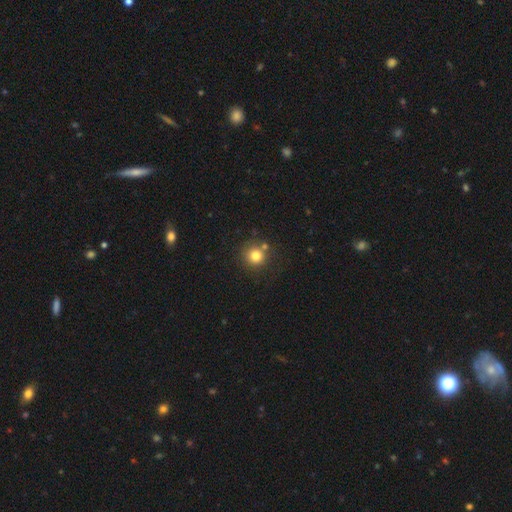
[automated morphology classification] Q: Smooth or featured?
A: smooth (79%); runner-up: star or artifact (13%)
Q: How rounded?
A: round (93%); runner-up: in between (6%)
Q: Merging?
A: none (77%); runner-up: merger (11%)